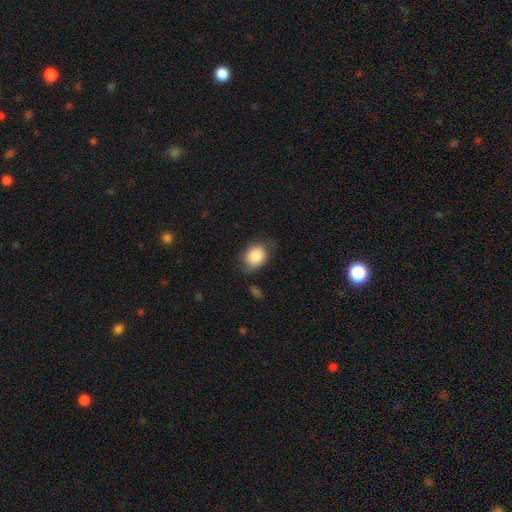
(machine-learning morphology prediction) The model was most divided on "how rounded": in between: 59%, round: 40%, cigar-shaped: 1%. More confident: smooth or featured — smooth (81%); merging — none (59%).